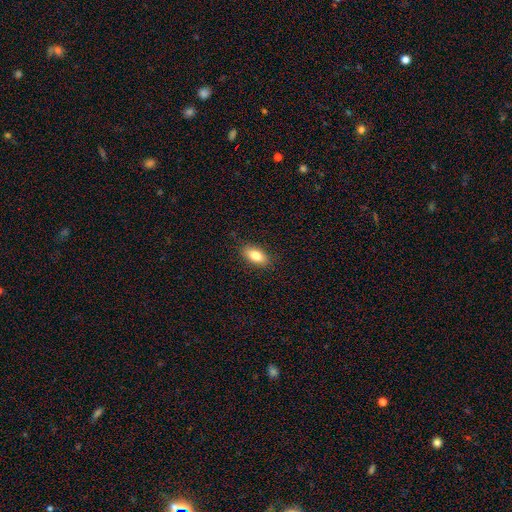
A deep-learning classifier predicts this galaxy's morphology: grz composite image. It shows a smooth galaxy with no disk features (81%) that is in between round and cigar-shaped (88%). Merging: none (87%).